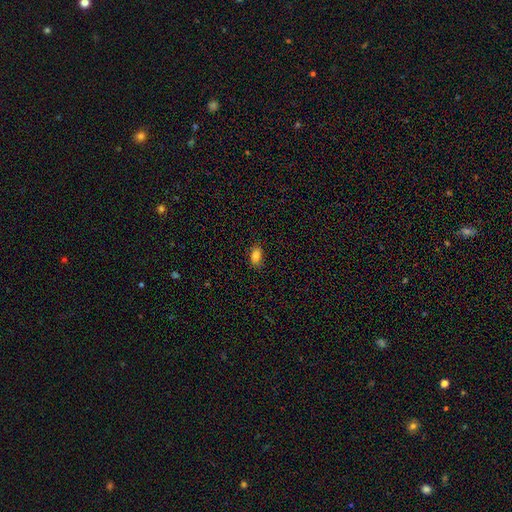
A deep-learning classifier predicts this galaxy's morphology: The model was most divided on "smooth or featured": smooth: 83%, star or artifact: 10%, featured or disk: 7%. More confident: how rounded — in between (88%); merging — none (86%).